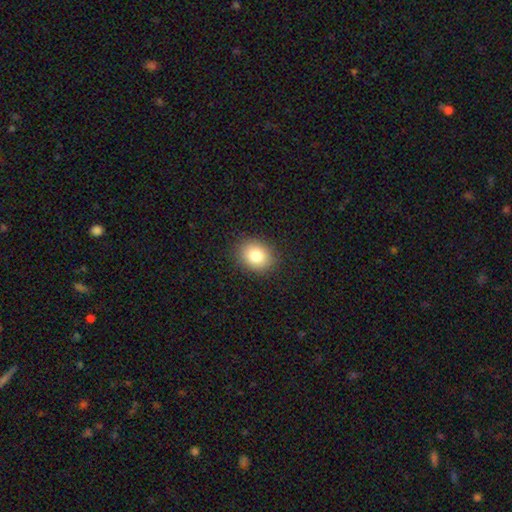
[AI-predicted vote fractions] Q: Smooth or featured?
A: smooth (80%); runner-up: star or artifact (11%)
Q: How rounded?
A: round (58%); runner-up: in between (41%)
Q: Merging?
A: none (89%); runner-up: minor disturbance (8%)